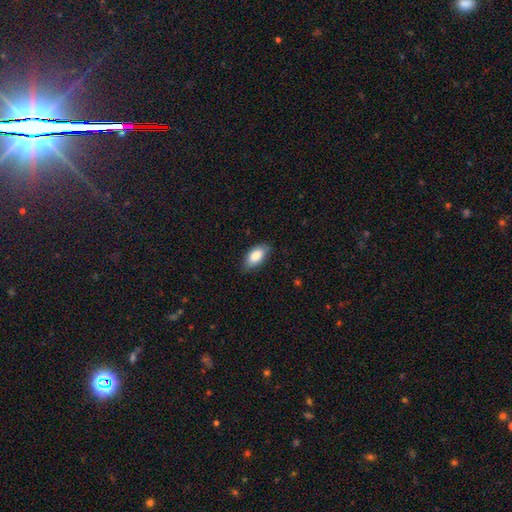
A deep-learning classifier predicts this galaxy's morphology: The model was most divided on "merging": none: 80%, minor disturbance: 17%, major disturbance: 3%, merger: 1%. More confident: how rounded — in between (92%); smooth or featured — smooth (85%).